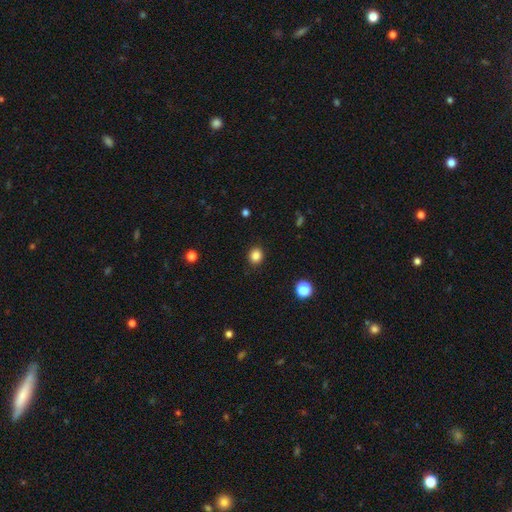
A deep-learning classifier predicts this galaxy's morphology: smooth 84%, star or artifact 12%, featured or disk 4%. Down the decision tree: how rounded — round (80%); merging — none (90%).